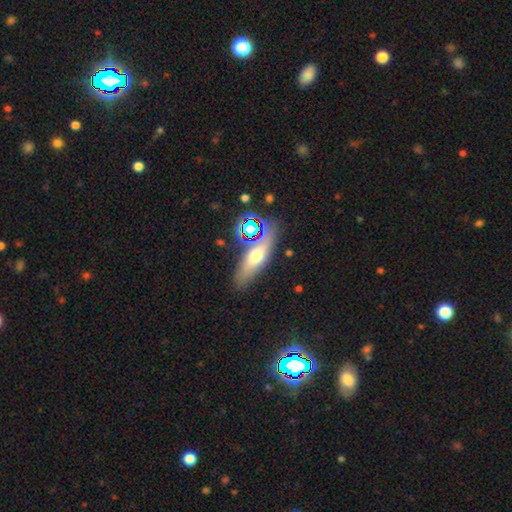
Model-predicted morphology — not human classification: Smooth or featured?
  - smooth: 54% *
  - featured or disk: 29%
  - star or artifact: 17%
How rounded?
  - in between: 50% *
  - cigar-shaped: 43%
  - round: 7%
Merging?
  - none: 75% *
  - minor disturbance: 14%
  - merger: 6%
  - major disturbance: 5%